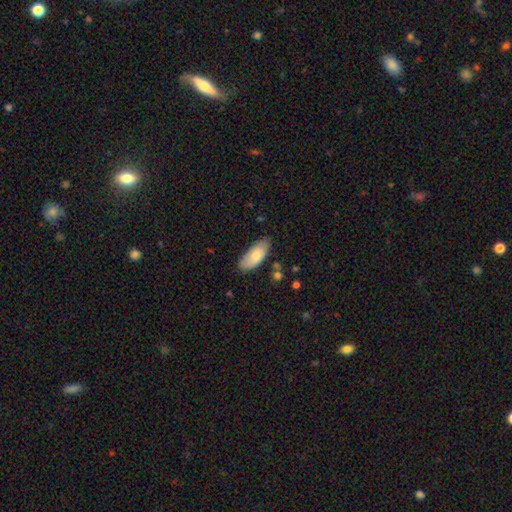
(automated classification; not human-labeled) Overall: smooth (77%). How rounded: in between (89%). Merging: none (76%).